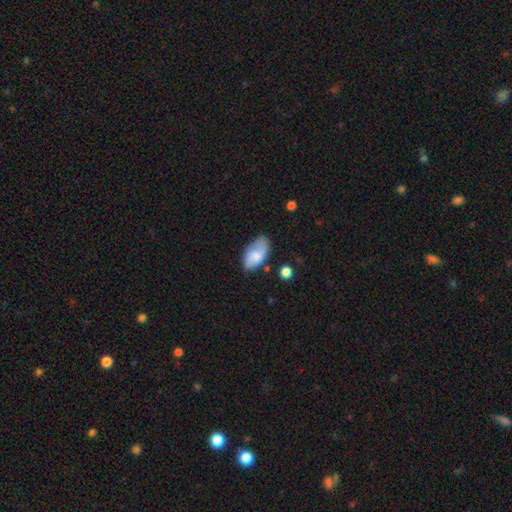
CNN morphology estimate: smooth 67%, featured or disk 26%, star or artifact 7%. Down the decision tree: how rounded — in between (94%); merging — none (60%).